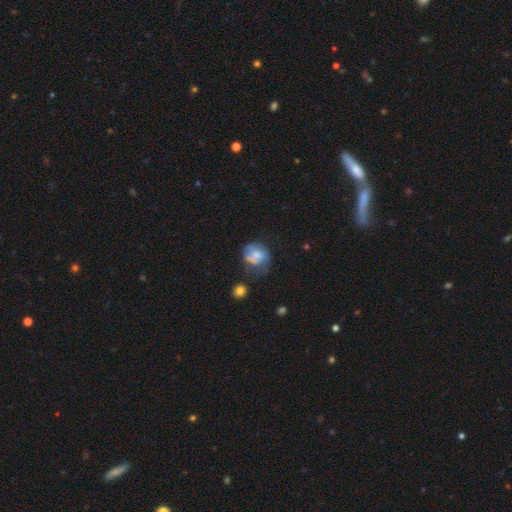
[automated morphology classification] This is possibly a smooth galaxy (49%). Merging: marginally none (43%).